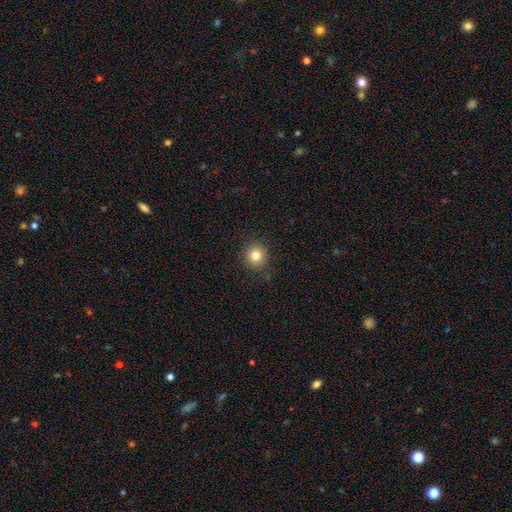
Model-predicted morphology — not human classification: Smooth or featured? smooth (82%)
How rounded? round (89%)
Merging? none (88%)